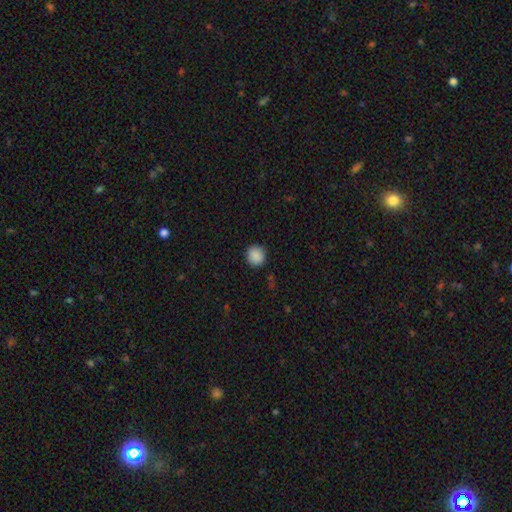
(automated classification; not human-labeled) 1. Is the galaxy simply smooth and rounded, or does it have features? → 89% smooth, 9% star or artifact, 3% featured or disk.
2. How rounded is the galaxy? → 87% round, 12% in between, 1% cigar-shaped.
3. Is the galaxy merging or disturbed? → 89% none, 8% minor disturbance, 2% major disturbance, 1% merger.